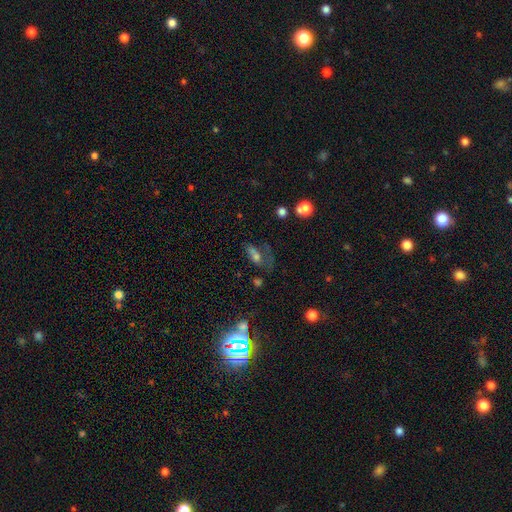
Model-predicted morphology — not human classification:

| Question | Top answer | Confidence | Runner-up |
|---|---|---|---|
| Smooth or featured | smooth | 47% | featured or disk (32%) |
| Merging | none | 35% | tied: major disturbance (35%) |